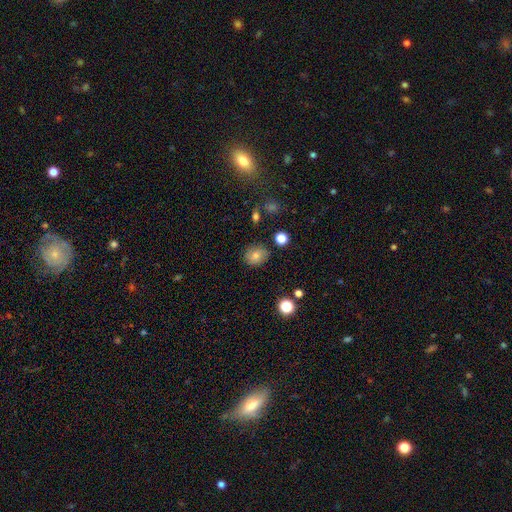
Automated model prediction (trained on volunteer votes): Smooth or featured? smooth (77%)
How rounded? round (75%)
Merging? none (81%)